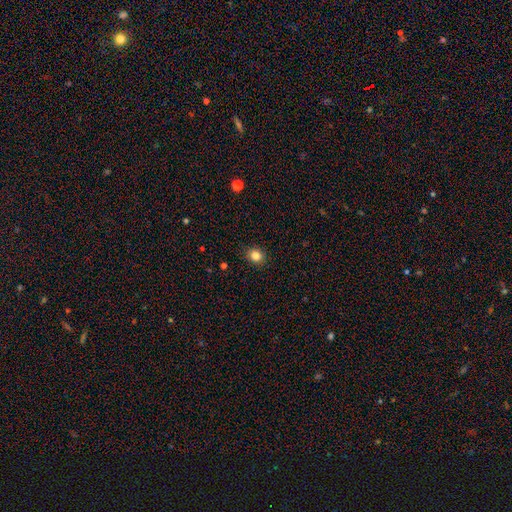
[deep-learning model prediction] A smooth galaxy with no disk features (83%) that is round (70%). Merging: none (89%).